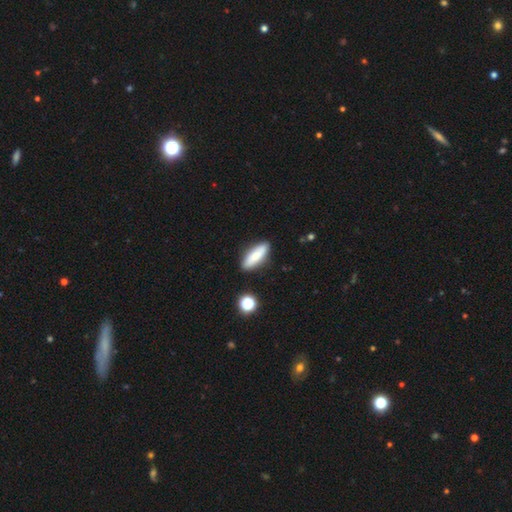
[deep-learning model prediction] Smooth or featured? smooth (79%)
How rounded? in between (53%)
Merging? none (86%)